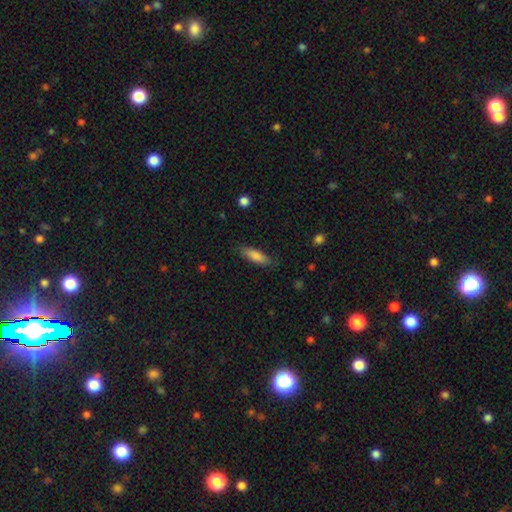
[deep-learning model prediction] Q: Smooth or featured?
A: smooth (81%); runner-up: featured or disk (12%)
Q: How rounded?
A: in between (50%); runner-up: cigar-shaped (49%)
Q: Merging?
A: none (81%); runner-up: minor disturbance (14%)